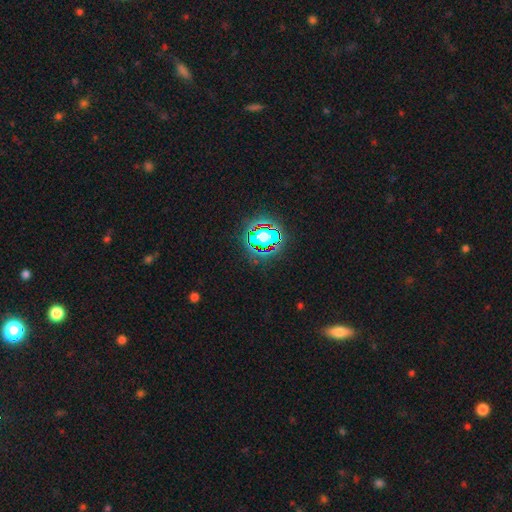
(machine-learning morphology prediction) A star or artifact, not a galaxy (78%).

Vote fractions:
- Smooth or featured? star or artifact: 78% / smooth: 13% / featured or disk: 9%